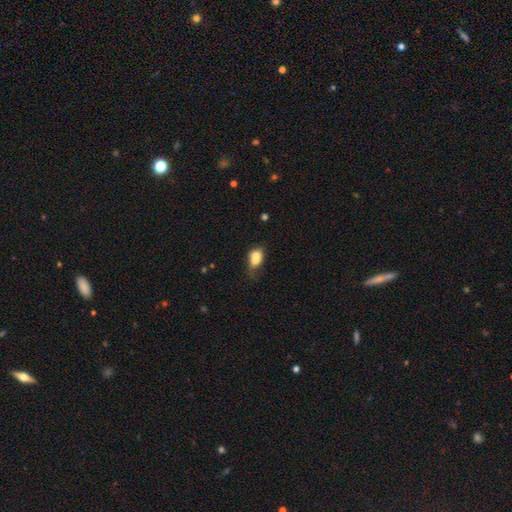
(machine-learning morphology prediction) The model was most divided on "merging": minor disturbance: 30%, none: 29%, merger: 25%, major disturbance: 17%. More confident: how rounded — in between (79%); smooth or featured — smooth (76%).